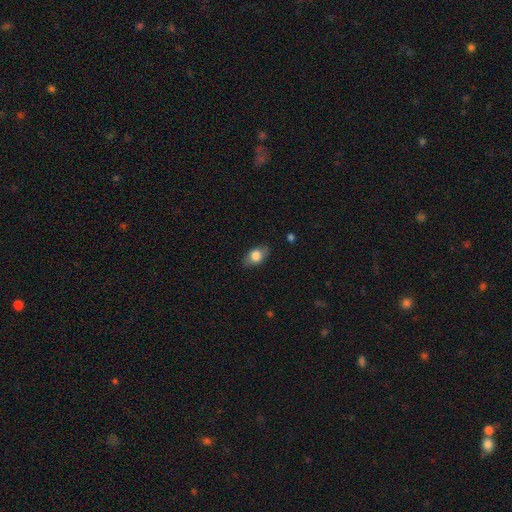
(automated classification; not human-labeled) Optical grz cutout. It shows a smooth galaxy with no disk features (76%) that is in between round and cigar-shaped (82%). Merging: none (82%).